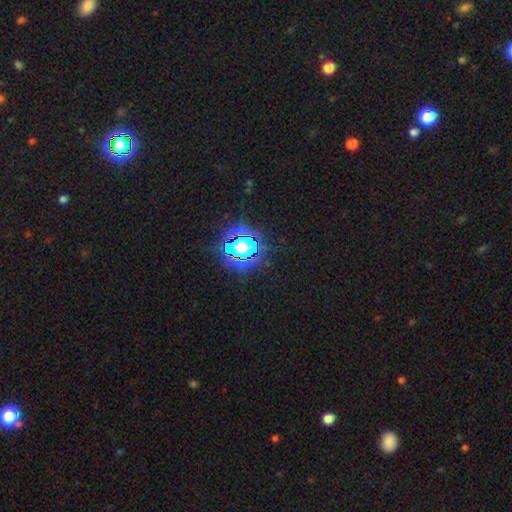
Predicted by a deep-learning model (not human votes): A star or artifact, not a galaxy (82%).